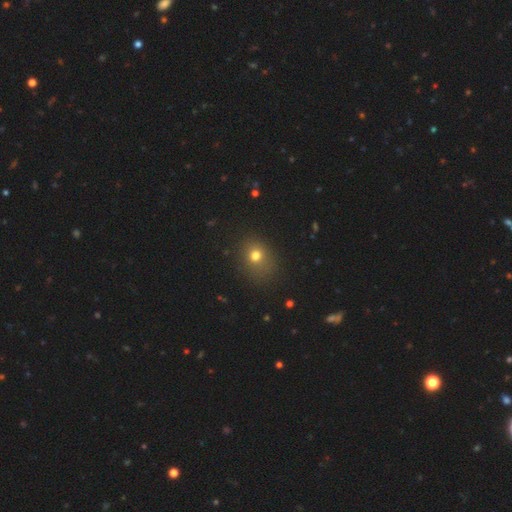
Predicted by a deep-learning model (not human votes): This is likely a smooth galaxy (72%). How rounded: likely round (61%). Merging: likely none (79%).